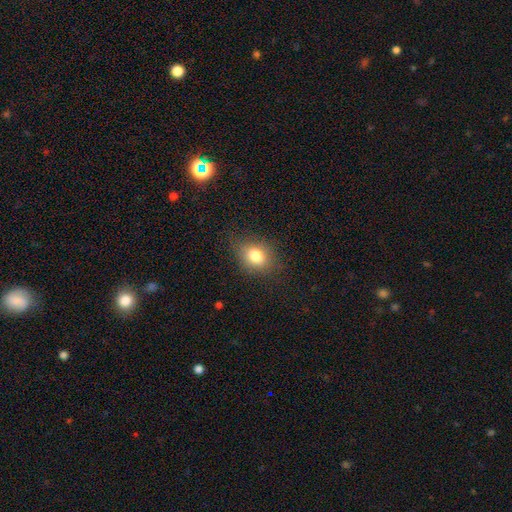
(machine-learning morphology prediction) type=smooth (80%); roundness=in between (55%); merging=none (72%).